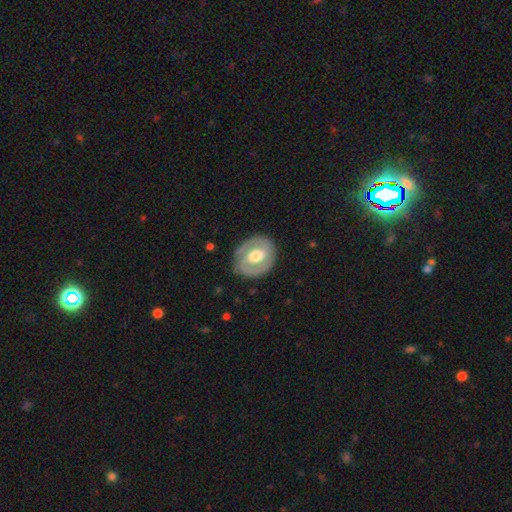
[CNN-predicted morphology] Smooth or featured? featured or disk (63%)
Edge-on disk? no (96%)
Bar? no (43%)
Spiral arms? yes (51%)
Bulge size? moderate (64%)
Merging? none (82%)